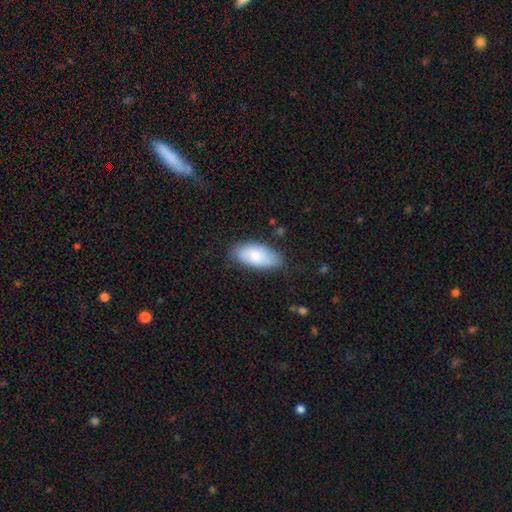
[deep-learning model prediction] Smooth or featured?
  - smooth: 80% *
  - featured or disk: 14%
  - star or artifact: 6%
How rounded?
  - in between: 91% *
  - cigar-shaped: 7%
  - round: 2%
Merging?
  - none: 75% *
  - minor disturbance: 20%
  - major disturbance: 4%
  - merger: 2%